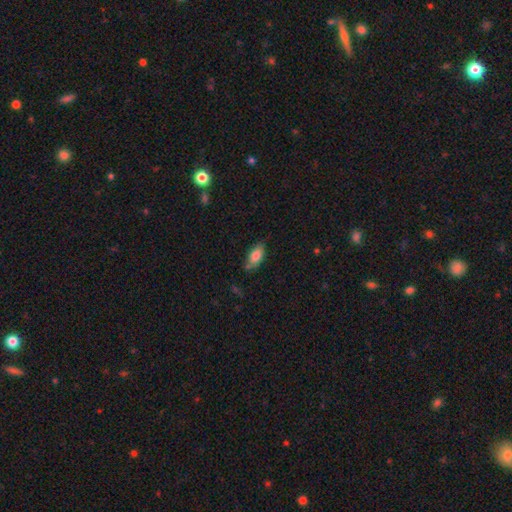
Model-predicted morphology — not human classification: Smooth or featured? Predicted: smooth (p=0.80). How rounded? Predicted: in between (p=0.90). Merging? Predicted: none (p=0.68).